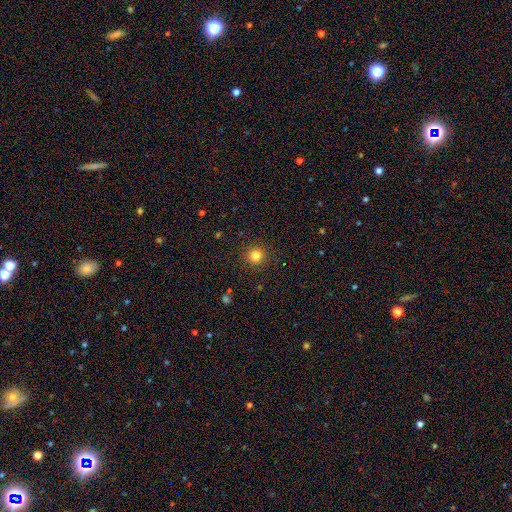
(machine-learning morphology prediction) Smooth or featured? Predicted: smooth (p=0.82). How rounded? Predicted: round (p=0.94). Merging? Predicted: none (p=0.91).